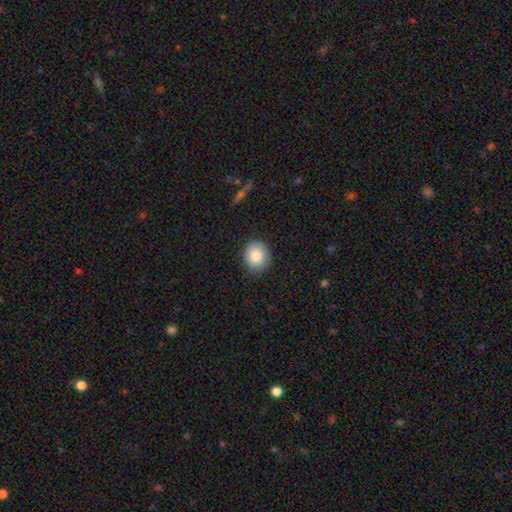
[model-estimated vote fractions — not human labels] A smooth galaxy with no disk features (81%) that is round (77%).

Vote fractions:
- Smooth or featured? smooth: 81% / featured or disk: 10% / star or artifact: 8%
- How rounded? round: 77% / in between: 22% / cigar-shaped: 1%
- Merging? none: 87% / minor disturbance: 10% / major disturbance: 2% / merger: 1%